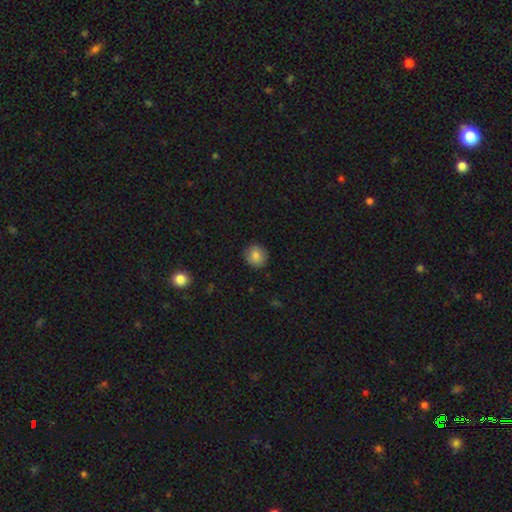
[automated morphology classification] Overall: smooth (84%). How rounded: round (90%). Merging: none (90%).